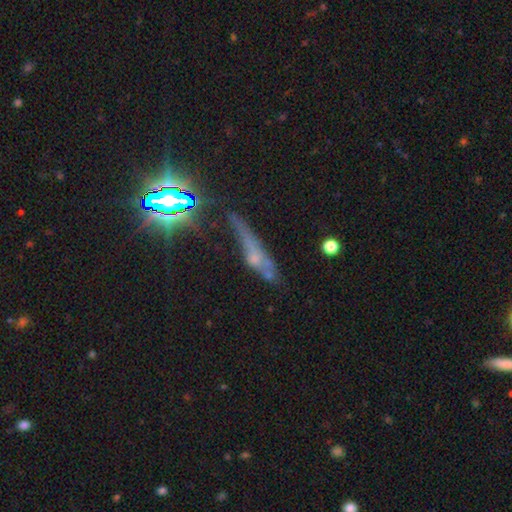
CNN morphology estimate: Smooth or featured: featured or disk — 38% (smooth — 36%)
Merging: none — 45% (minor disturbance — 27%)